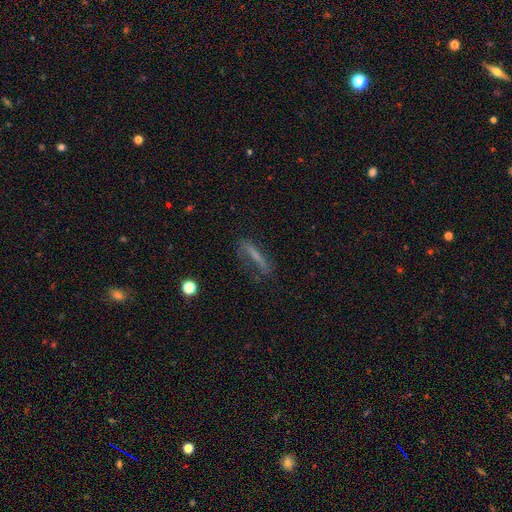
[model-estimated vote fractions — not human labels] Morphology: type=smooth (55%); roundness=cigar-shaped (87%); merging=none (67%).